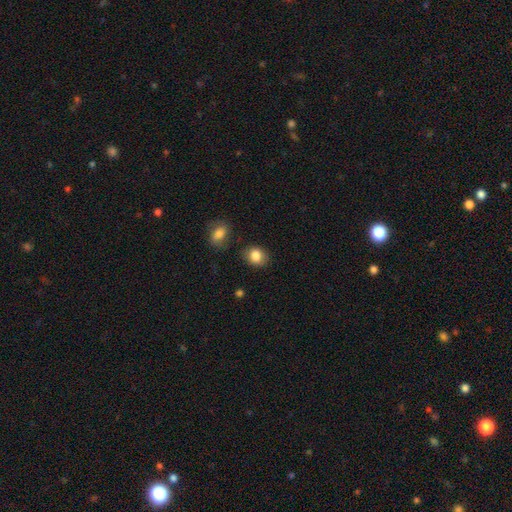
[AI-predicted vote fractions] Smooth or featured: smooth — 85% (star or artifact — 9%)
How rounded: round — 63% (in between — 36%)
Merging: none — 82% (minor disturbance — 12%)